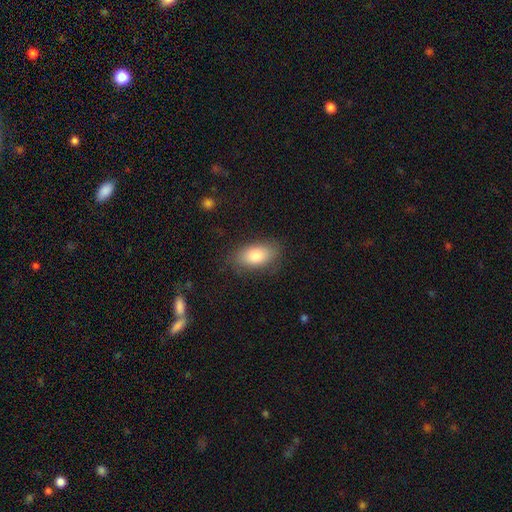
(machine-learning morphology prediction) type=smooth (82%); roundness=in between (91%); merging=none (82%).